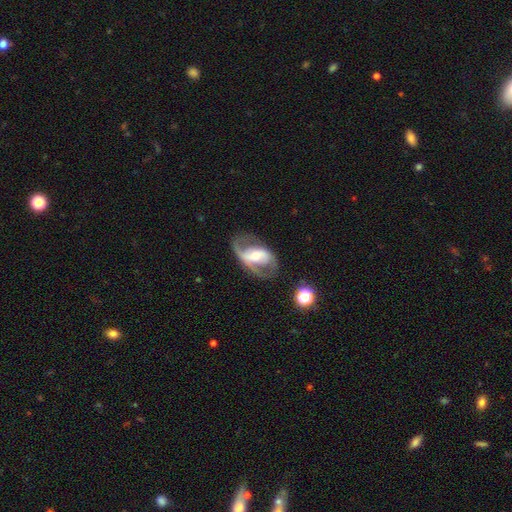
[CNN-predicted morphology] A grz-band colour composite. It shows a featured or disk galaxy (78%) with a weak bar (37%), 2 (80%) medium (45%) spiral arms (83%) and a moderate central bulge (52%). Merging: none (61%).